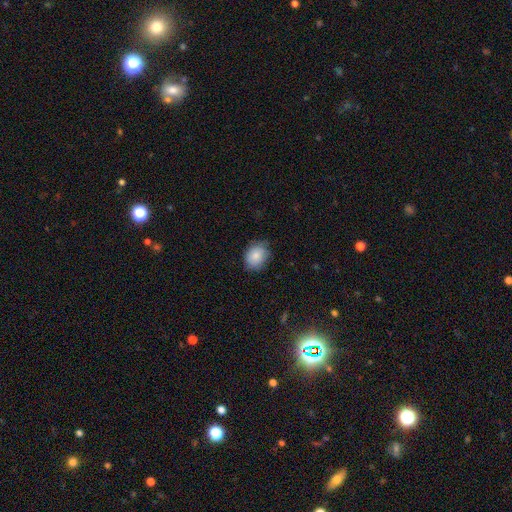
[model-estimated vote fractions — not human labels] A smooth galaxy with no disk features (84%) that is in between round and cigar-shaped (50%). Merging: none (73%).